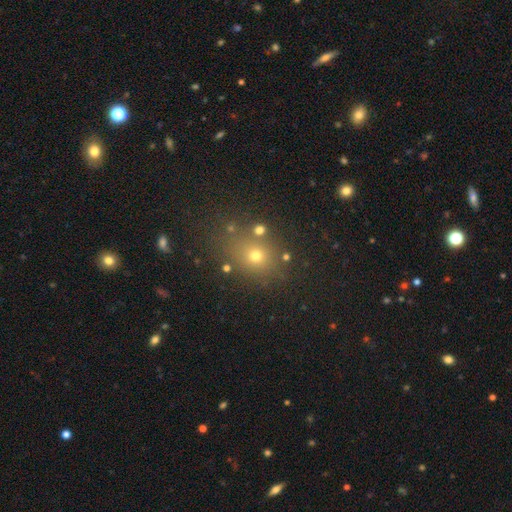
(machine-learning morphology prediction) Smooth or featured?
  - smooth: 65% *
  - star or artifact: 23%
  - featured or disk: 12%
How rounded?
  - round: 67% *
  - in between: 31%
  - cigar-shaped: 1%
Merging?
  - none: 75% *
  - minor disturbance: 12%
  - merger: 8%
  - major disturbance: 5%